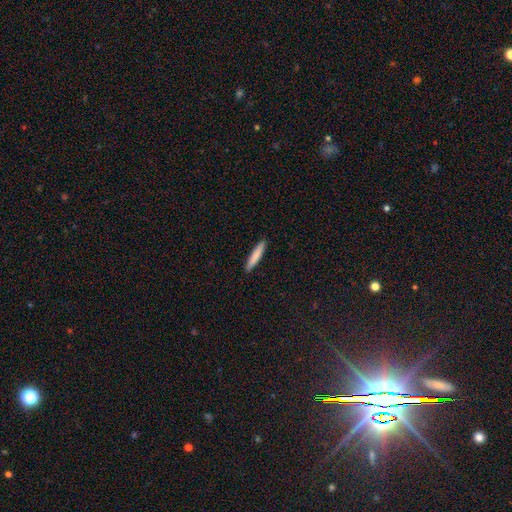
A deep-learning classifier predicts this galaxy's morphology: smooth-or-featured: smooth: 82% | featured or disk: 13% | star or artifact: 5%
  how-rounded: cigar-shaped: 92% | in between: 6% | round: 1%
  merging: none: 92% | minor disturbance: 6% | major disturbance: 1% | merger: 1%